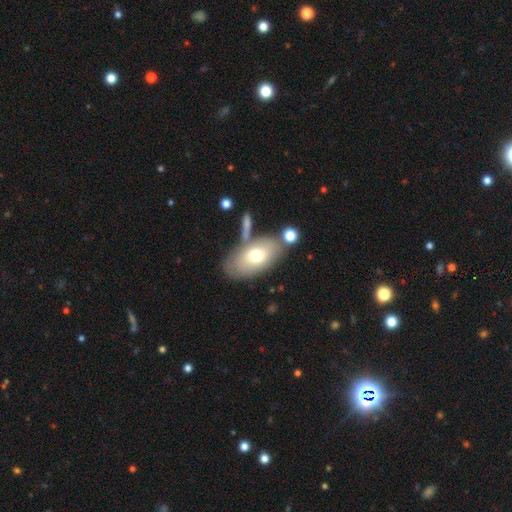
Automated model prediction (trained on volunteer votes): Smooth or featured?
  - smooth: 65% *
  - featured or disk: 27%
  - star or artifact: 8%
How rounded?
  - in between: 91% *
  - round: 6%
  - cigar-shaped: 3%
Merging?
  - none: 64% *
  - minor disturbance: 16%
  - merger: 14%
  - major disturbance: 7%